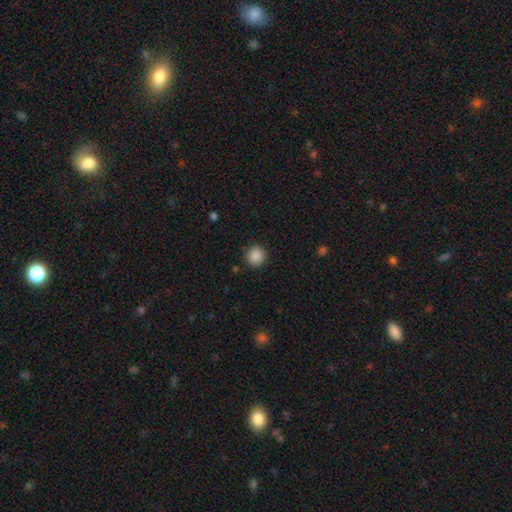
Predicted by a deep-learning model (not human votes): Smooth or featured: smooth — 88% (star or artifact — 10%)
How rounded: round — 95% (in between — 5%)
Merging: none — 91% (minor disturbance — 6%)